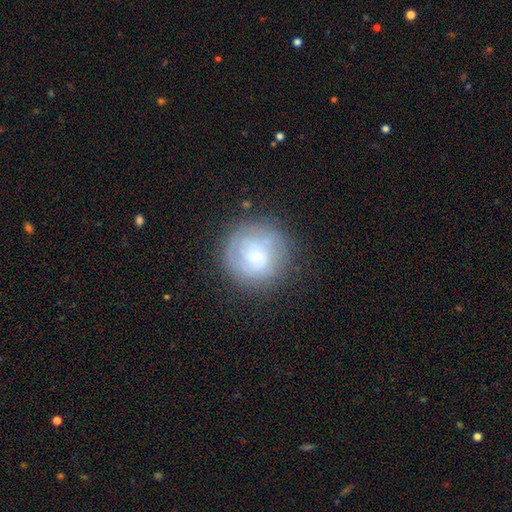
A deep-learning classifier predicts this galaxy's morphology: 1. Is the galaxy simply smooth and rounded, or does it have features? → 47% smooth, 44% featured or disk, 9% star or artifact.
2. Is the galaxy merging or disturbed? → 73% none, 16% minor disturbance, 9% major disturbance, 2% merger.